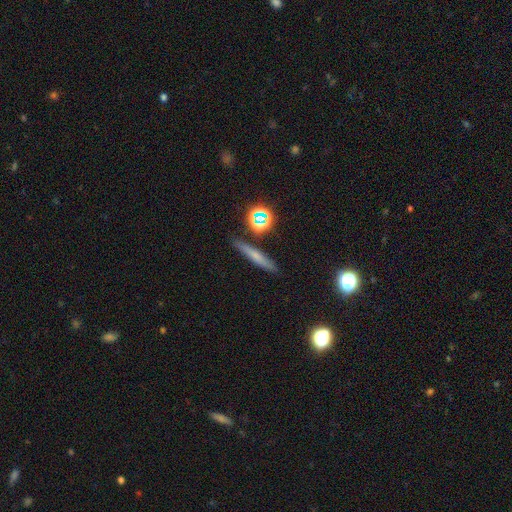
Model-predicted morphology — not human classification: Smooth or featured?
  - smooth: 53% *
  - featured or disk: 32%
  - star or artifact: 15%
How rounded?
  - cigar-shaped: 86% *
  - in between: 7%
  - round: 7%
Merging?
  - none: 85% *
  - minor disturbance: 9%
  - merger: 3%
  - major disturbance: 2%